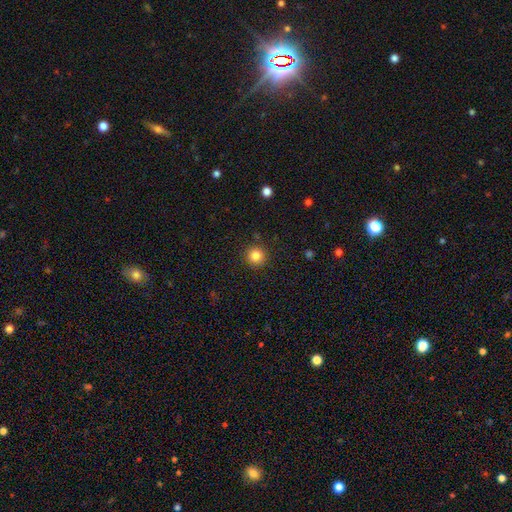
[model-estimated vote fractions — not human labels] The model was most divided on "smooth or featured": smooth: 85%, star or artifact: 11%, featured or disk: 4%. More confident: how rounded — round (94%); merging — none (89%).